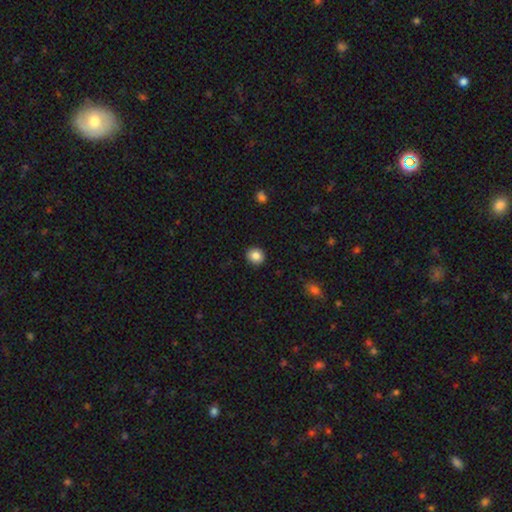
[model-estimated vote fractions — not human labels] smooth-or-featured: smooth: 85% | star or artifact: 9% | featured or disk: 5%
  how-rounded: round: 88% | in between: 11% | cigar-shaped: 1%
  merging: none: 92% | minor disturbance: 5% | major disturbance: 2% | merger: 1%